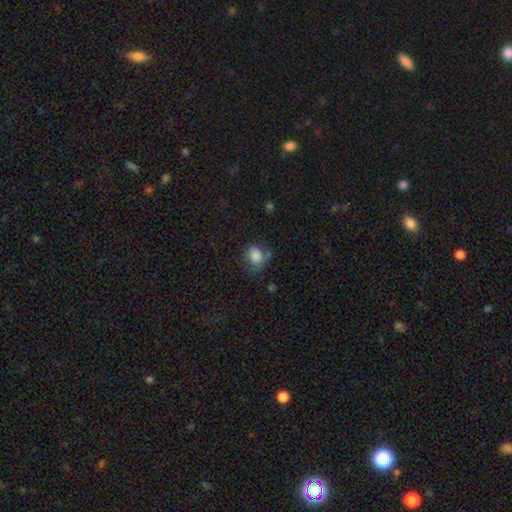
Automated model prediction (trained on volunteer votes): Smooth or featured? Predicted: smooth (p=0.79). How rounded? Predicted: round (p=0.53). Merging? Predicted: none (p=0.47).